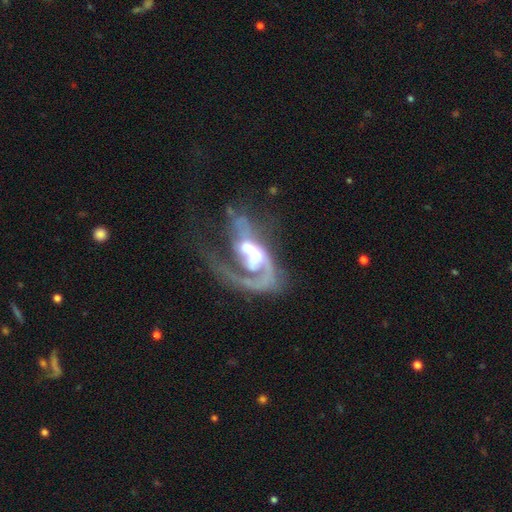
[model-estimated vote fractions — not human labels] A featured or disk galaxy (79%) with no bar (48%), 1 (67%) loose (46%) spiral arms (79%) and a moderate central bulge (55%). Merging: merger (42%).